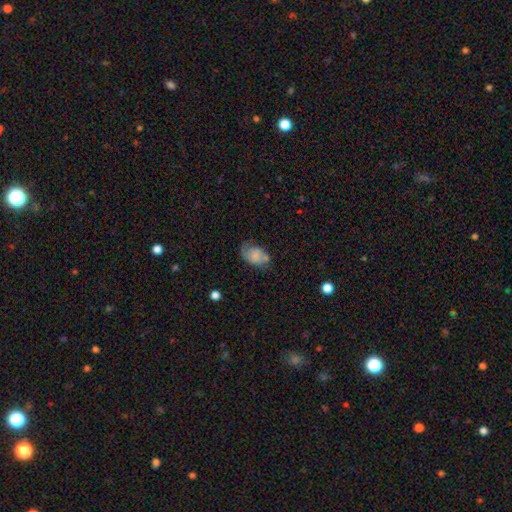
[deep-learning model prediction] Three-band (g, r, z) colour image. It shows a smooth galaxy with no disk features (70%) that is in between round and cigar-shaped (86%). Merging: none (50%).